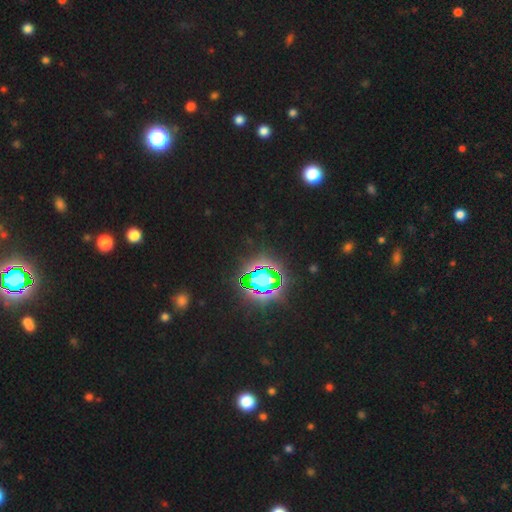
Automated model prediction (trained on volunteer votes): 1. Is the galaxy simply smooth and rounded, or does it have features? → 81% star or artifact, 12% smooth, 7% featured or disk.